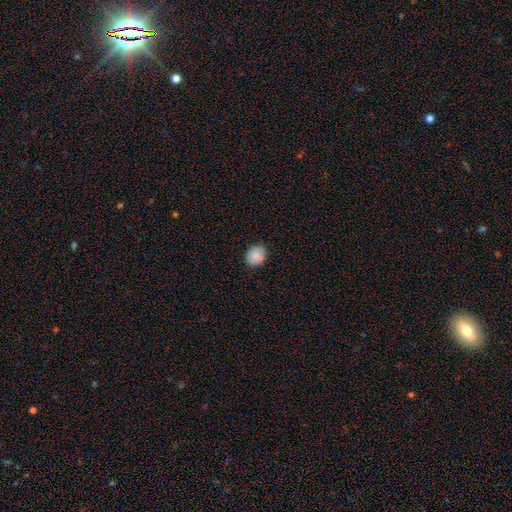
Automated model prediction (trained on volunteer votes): Smooth or featured? Predicted: smooth (p=0.84). How rounded? Predicted: round (p=0.59). Merging? Predicted: none (p=0.81).